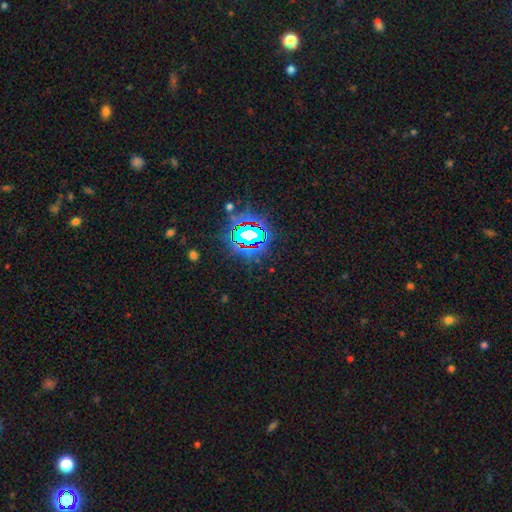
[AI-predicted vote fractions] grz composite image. It shows a star or artifact, not a galaxy (81%).